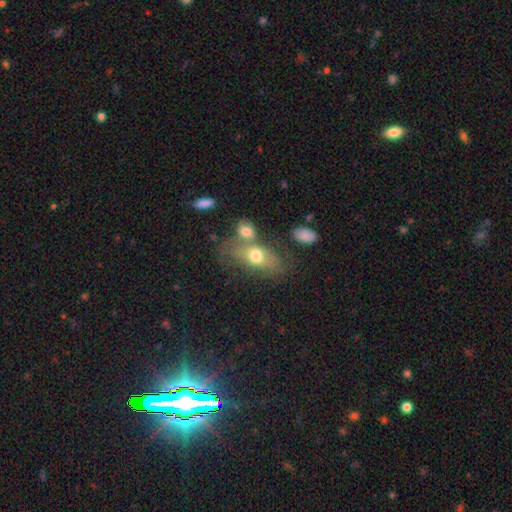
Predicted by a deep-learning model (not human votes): Smooth or featured?
  - smooth: 58% *
  - featured or disk: 33%
  - star or artifact: 9%
How rounded?
  - in between: 84% *
  - round: 11%
  - cigar-shaped: 5%
Merging?
  - merger: 35% * (tied)
  - none: 35% * (tied)
  - minor disturbance: 17%
  - major disturbance: 13%